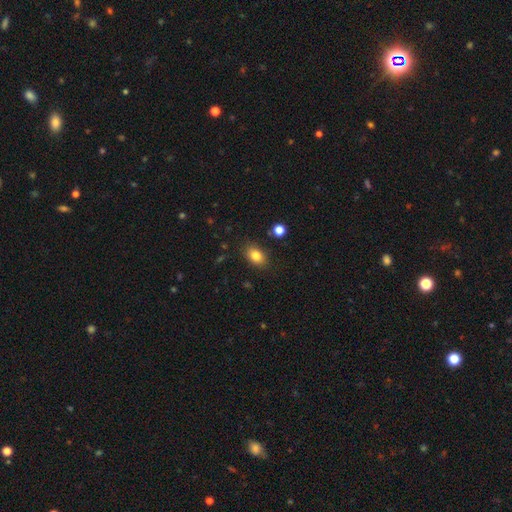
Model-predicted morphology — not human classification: Q: Smooth or featured?
A: smooth (83%); runner-up: star or artifact (10%)
Q: How rounded?
A: in between (79%); runner-up: round (20%)
Q: Merging?
A: none (85%); runner-up: minor disturbance (10%)